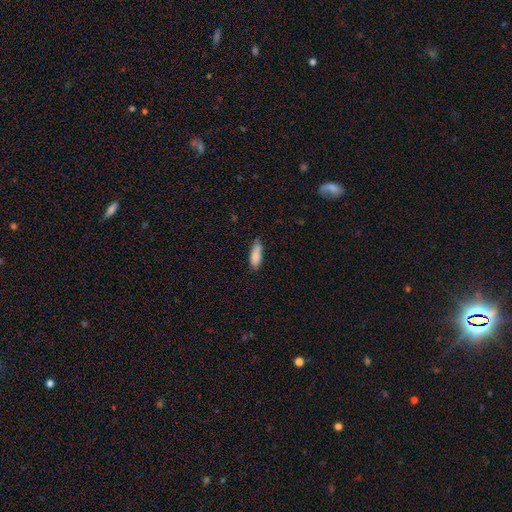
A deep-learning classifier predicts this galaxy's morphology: smooth-or-featured: smooth: 85% | featured or disk: 8% | star or artifact: 7%
  how-rounded: in between: 56% | cigar-shaped: 43% | round: 2%
  merging: none: 70% | minor disturbance: 23% | major disturbance: 4% | merger: 3%